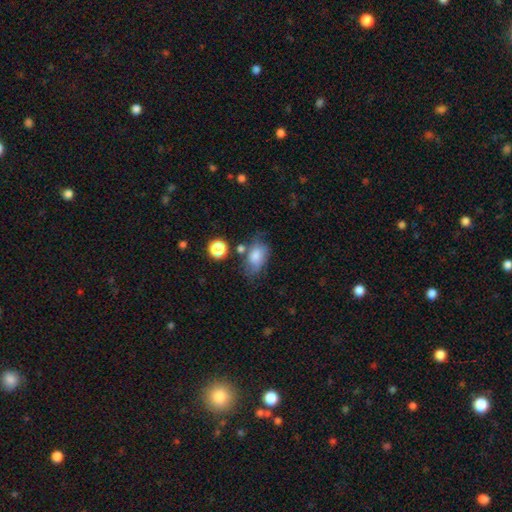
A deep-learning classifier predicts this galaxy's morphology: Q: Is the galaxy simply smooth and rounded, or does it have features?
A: smooth — 75%.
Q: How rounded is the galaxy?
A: in between — 83%.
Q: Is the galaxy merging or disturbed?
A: none — 48%.